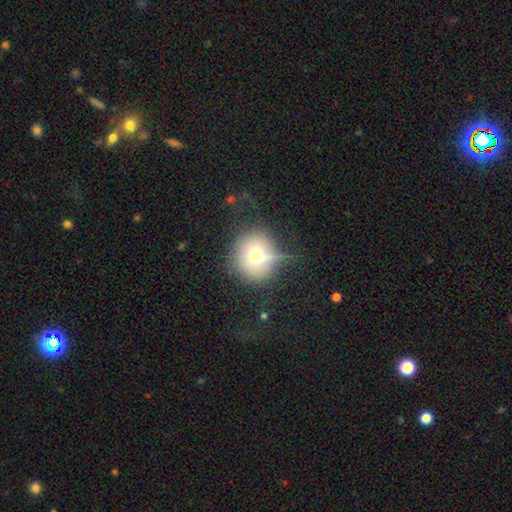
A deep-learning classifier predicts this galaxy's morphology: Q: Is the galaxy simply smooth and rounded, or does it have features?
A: smooth — 65%.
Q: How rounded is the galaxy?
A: round — 88%.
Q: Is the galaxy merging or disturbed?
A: none — 56%.